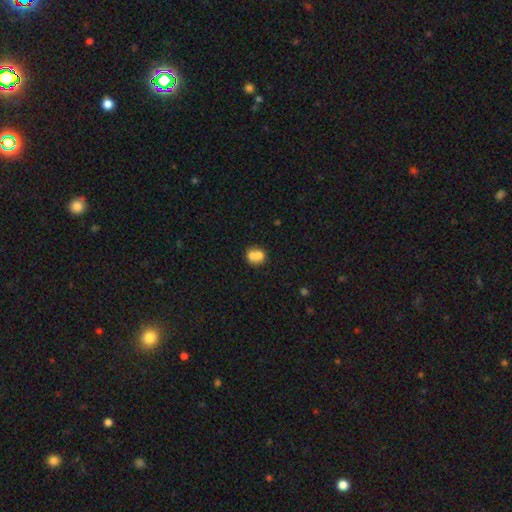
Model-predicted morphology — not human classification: This is likely a smooth galaxy (71%). How rounded: likely round (68%). Merging: possibly merger (60%).